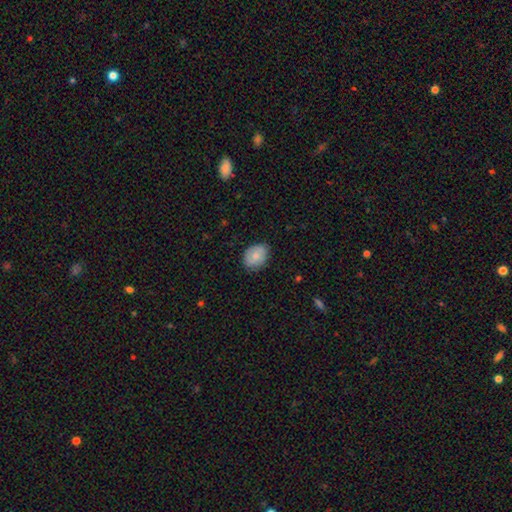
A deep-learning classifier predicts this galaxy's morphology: type=smooth (69%); roundness=in between (66%); merging=none (79%).